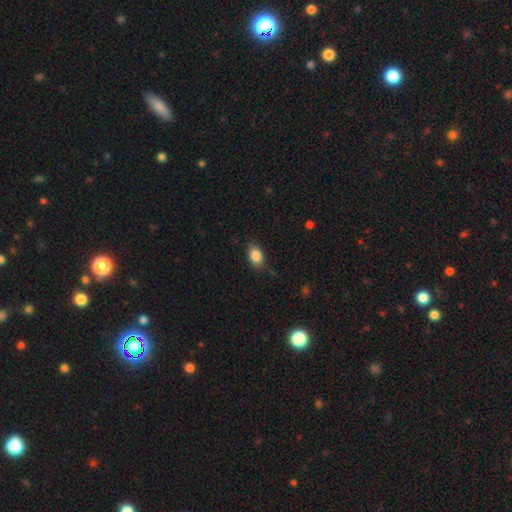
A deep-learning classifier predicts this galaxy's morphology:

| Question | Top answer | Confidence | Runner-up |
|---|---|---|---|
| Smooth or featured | smooth | 85% | star or artifact (8%) |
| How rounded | in between | 83% | round (15%) |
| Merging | none | 79% | minor disturbance (16%) |